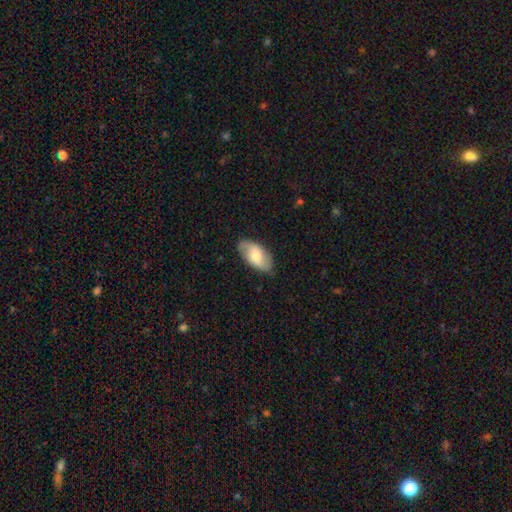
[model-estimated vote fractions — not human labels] A smooth galaxy with no disk features (59%) that is in between round and cigar-shaped (94%). Merging: none (81%).